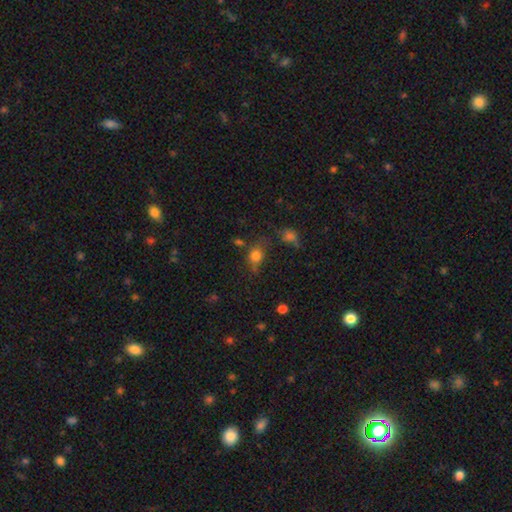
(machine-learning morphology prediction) Smooth or featured?
  - smooth: 76% *
  - star or artifact: 15%
  - featured or disk: 9%
How rounded?
  - in between: 50% *
  - round: 48%
  - cigar-shaped: 2%
Merging?
  - none: 58% *
  - minor disturbance: 21%
  - merger: 10%
  - major disturbance: 10%